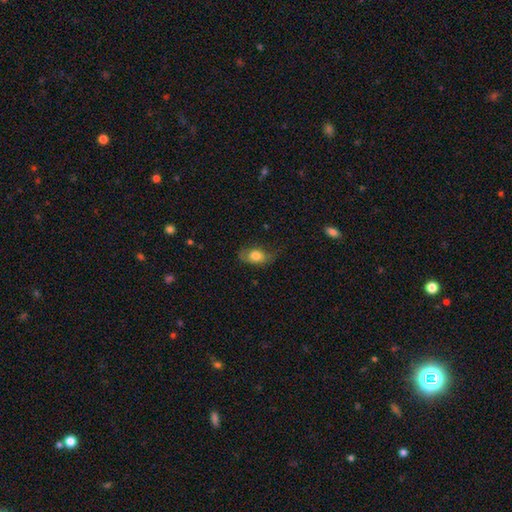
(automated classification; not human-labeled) Smooth or featured?
  - smooth: 75% *
  - featured or disk: 17%
  - star or artifact: 8%
How rounded?
  - in between: 82% *
  - round: 15%
  - cigar-shaped: 4%
Merging?
  - none: 58% *
  - minor disturbance: 28%
  - major disturbance: 13%
  - merger: 2%